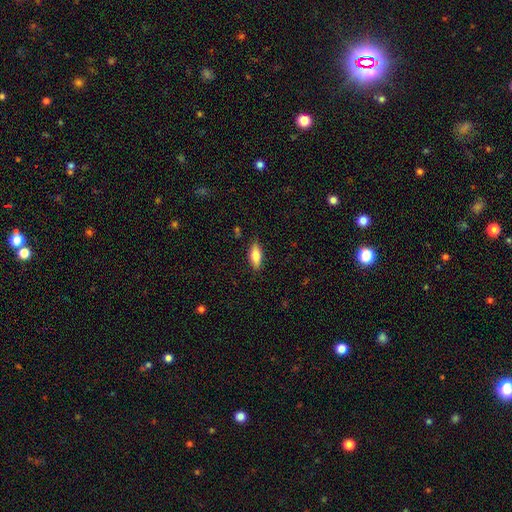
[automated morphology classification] smooth-or-featured: smooth: 74% | featured or disk: 19% | star or artifact: 7%
  how-rounded: in between: 77% | cigar-shaped: 20% | round: 3%
  merging: none: 85% | minor disturbance: 12% | major disturbance: 2% | merger: 1%